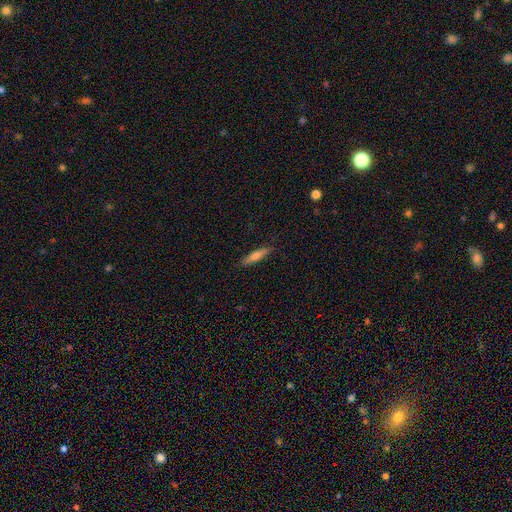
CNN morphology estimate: smooth_or_featured: smooth (p=0.65) [alt: featured or disk p=0.28]
how_rounded: cigar-shaped (p=0.82) [alt: in between p=0.16]
merging: none (p=0.85) [alt: minor disturbance p=0.12]